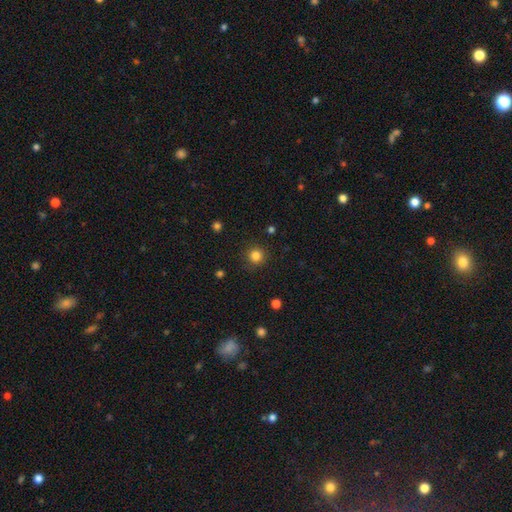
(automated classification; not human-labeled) Smooth or featured?
  - smooth: 83% *
  - star or artifact: 13%
  - featured or disk: 4%
How rounded?
  - round: 95% *
  - in between: 4%
  - cigar-shaped: 1%
Merging?
  - none: 89% *
  - minor disturbance: 7%
  - major disturbance: 3%
  - merger: 1%